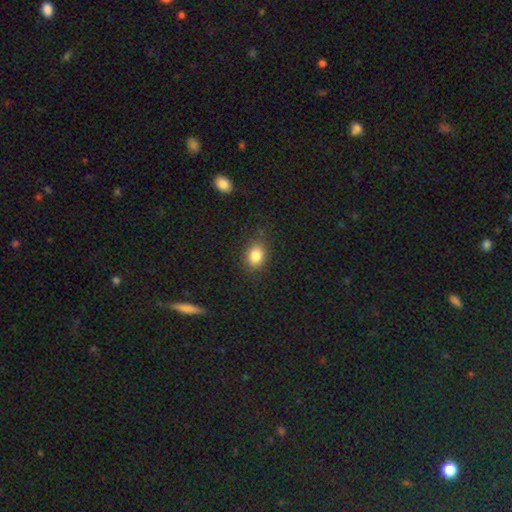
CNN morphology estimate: Q: Smooth or featured?
A: smooth (84%); runner-up: star or artifact (10%)
Q: How rounded?
A: in between (59%); runner-up: round (40%)
Q: Merging?
A: none (84%); runner-up: minor disturbance (12%)